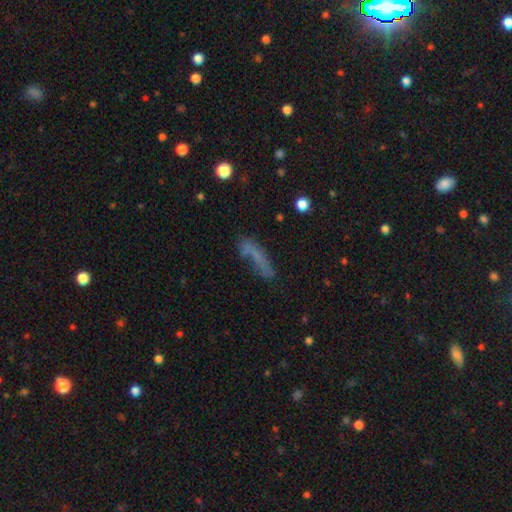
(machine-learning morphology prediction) This appears to be a smooth galaxy with no disk features (60%) that is cigar-shaped (72%). Merging: none (48%).